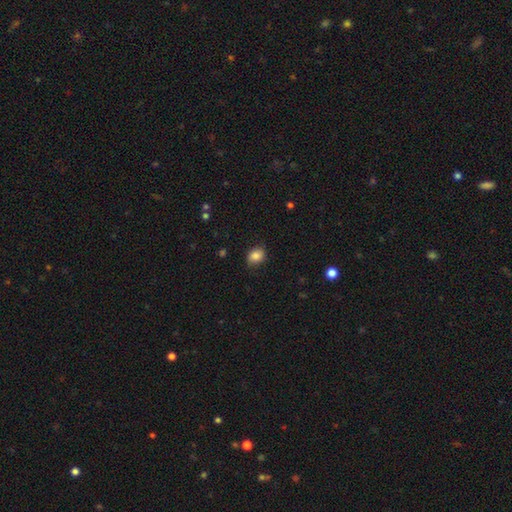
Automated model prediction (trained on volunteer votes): Q: Smooth or featured?
A: smooth (85%); runner-up: star or artifact (9%)
Q: How rounded?
A: in between (60%); runner-up: round (39%)
Q: Merging?
A: none (83%); runner-up: minor disturbance (13%)